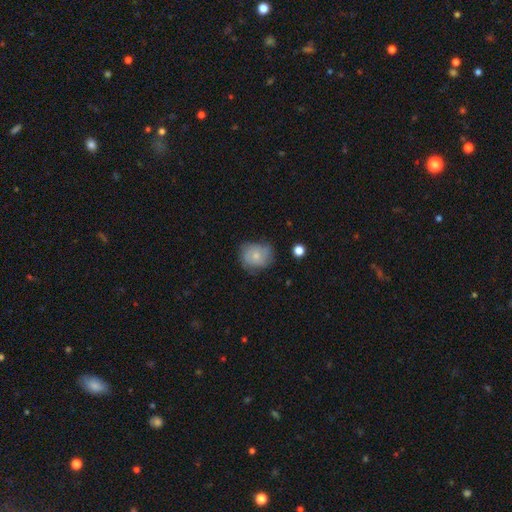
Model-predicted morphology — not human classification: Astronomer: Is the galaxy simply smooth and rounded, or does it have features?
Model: smooth — 61%.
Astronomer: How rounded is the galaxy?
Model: round — 69%.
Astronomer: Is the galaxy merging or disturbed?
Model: none — 63%.